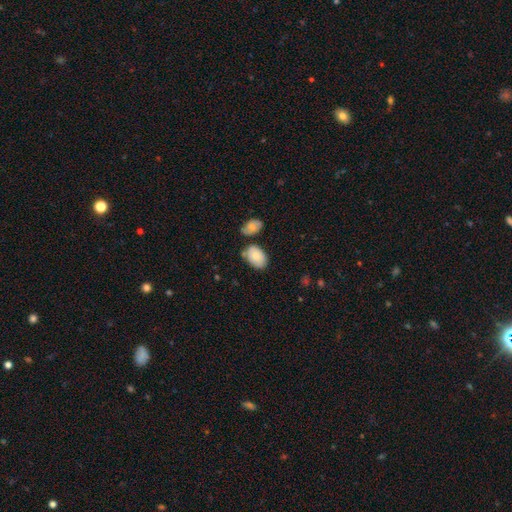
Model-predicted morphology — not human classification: A smooth galaxy with no disk features (76%) that is in between round and cigar-shaped (88%).

Vote fractions:
- Smooth or featured? smooth: 76% / featured or disk: 17% / star or artifact: 7%
- How rounded? in between: 88% / round: 11% / cigar-shaped: 1%
- Merging? none: 59% / minor disturbance: 22% / merger: 14% / major disturbance: 5%